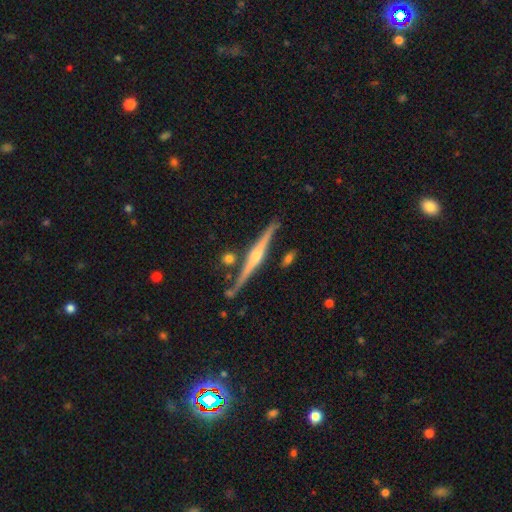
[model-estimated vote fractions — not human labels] Smooth or featured: featured or disk — 84% (smooth — 11%)
Edge-on disk: yes — 98% (no — 2%)
Edge-on bulge: rounded — 86% (none — 8%)
Merging: none — 84% (minor disturbance — 9%)